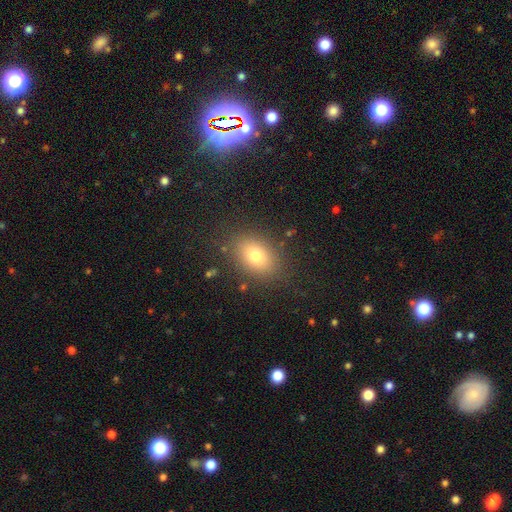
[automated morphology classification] type=smooth (74%); roundness=in between (75%); merging=none (84%).